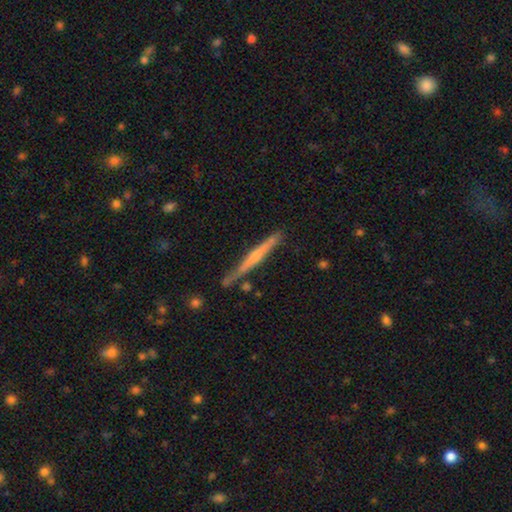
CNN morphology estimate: smooth-or-featured: featured or disk: 62% | smooth: 33% | star or artifact: 6%
  disk-edge-on: yes: 97% | no: 3%
    edge-on-bulge: rounded: 46% | none: 43% | boxy: 11%
  merging: none: 81% | minor disturbance: 13% | merger: 3% | major disturbance: 2%